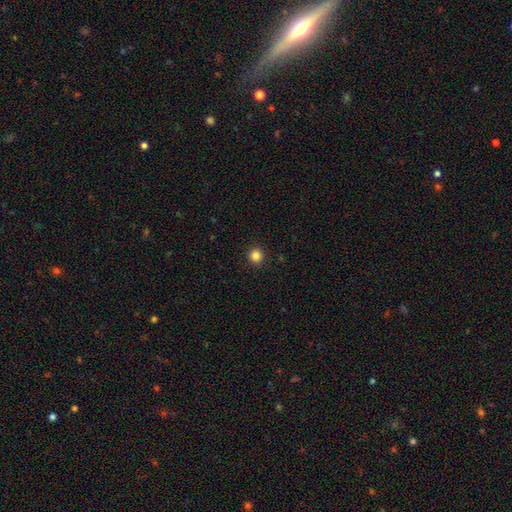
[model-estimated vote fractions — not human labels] smooth 84%, star or artifact 12%, featured or disk 4%. Down the decision tree: how rounded — round (94%); merging — none (93%).